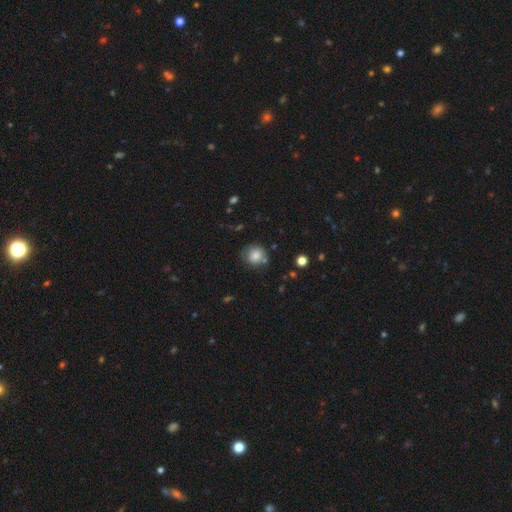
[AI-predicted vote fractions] Q: Smooth or featured?
A: smooth (79%); runner-up: featured or disk (11%)
Q: How rounded?
A: round (85%); runner-up: in between (14%)
Q: Merging?
A: none (66%); runner-up: minor disturbance (21%)